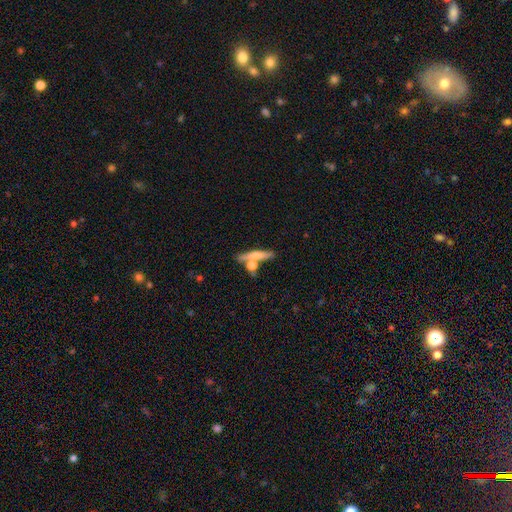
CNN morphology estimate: Smooth or featured? smooth (58%)
How rounded? cigar-shaped (79%)
Merging? none (65%)